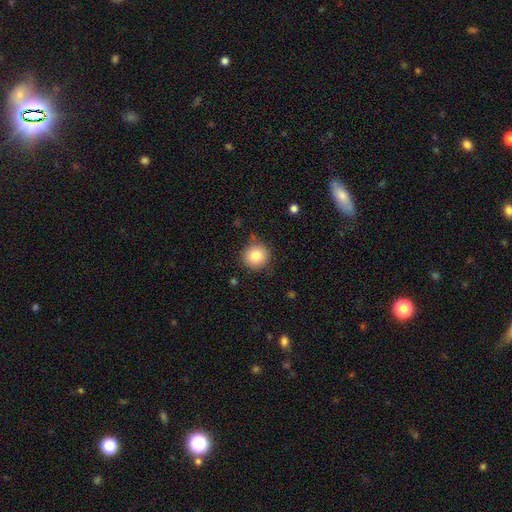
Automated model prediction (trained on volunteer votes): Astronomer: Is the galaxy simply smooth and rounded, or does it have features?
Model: smooth — 83%.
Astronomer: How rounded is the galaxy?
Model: round — 93%.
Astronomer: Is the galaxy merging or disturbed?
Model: none — 84%.